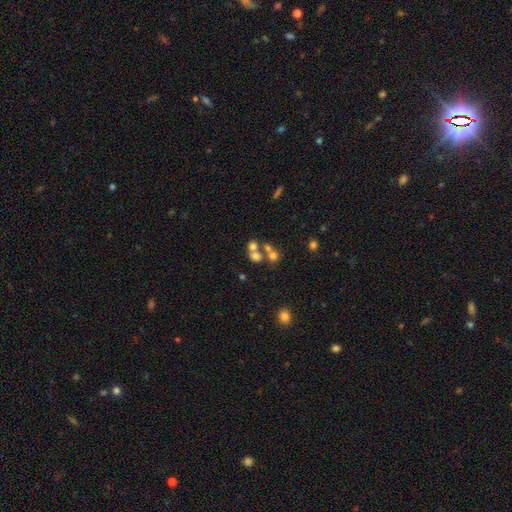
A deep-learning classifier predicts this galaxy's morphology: A smooth galaxy with no disk features (61%) that is round (73%).

Vote fractions:
- Smooth or featured? smooth: 61% / featured or disk: 21% / star or artifact: 18%
- How rounded? round: 73% / in between: 26% / cigar-shaped: 1%
- Merging? merger: 49% / none: 38% / minor disturbance: 7% / major disturbance: 6%